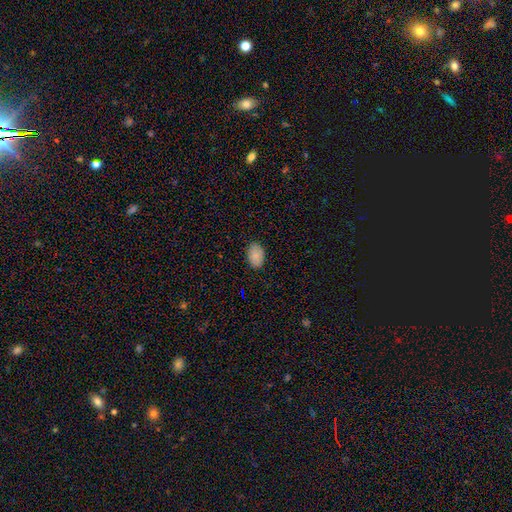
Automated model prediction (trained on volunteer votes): A smooth galaxy with no disk features (87%) that is in between round and cigar-shaped (91%).

Vote fractions:
- Smooth or featured? smooth: 87% / star or artifact: 7% / featured or disk: 6%
- How rounded? in between: 91% / round: 8% / cigar-shaped: 1%
- Merging? none: 87% / minor disturbance: 10% / major disturbance: 2% / merger: 1%